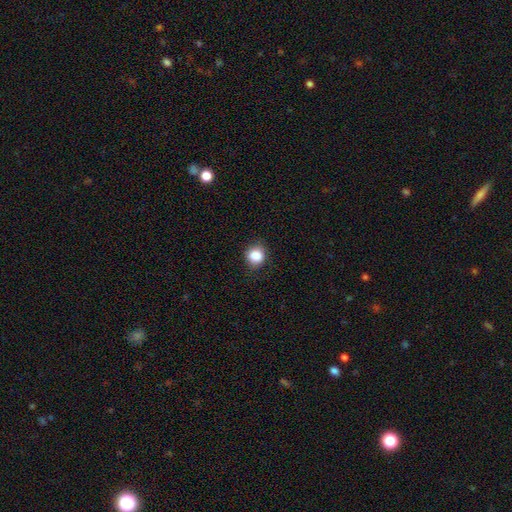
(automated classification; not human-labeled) Smooth or featured?
  - smooth: 87% *
  - star or artifact: 10%
  - featured or disk: 3%
How rounded?
  - round: 84% *
  - in between: 15%
  - cigar-shaped: 1%
Merging?
  - none: 84% *
  - minor disturbance: 12%
  - major disturbance: 3%
  - merger: 1%